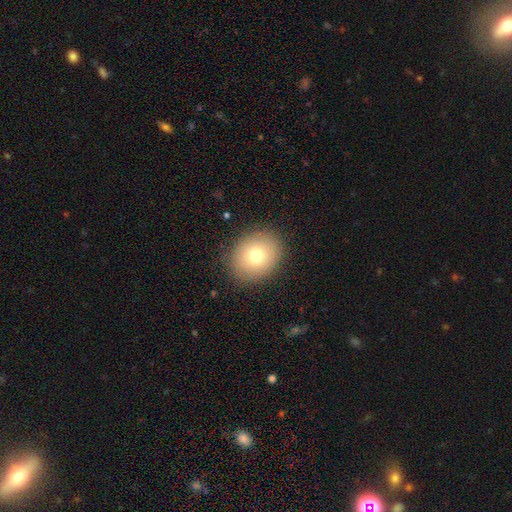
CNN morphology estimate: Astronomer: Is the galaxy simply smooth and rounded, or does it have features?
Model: smooth — 74%.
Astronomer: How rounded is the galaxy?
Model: round — 61% (runner-up: in between, 38%).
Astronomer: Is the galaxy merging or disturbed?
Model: none — 87%.